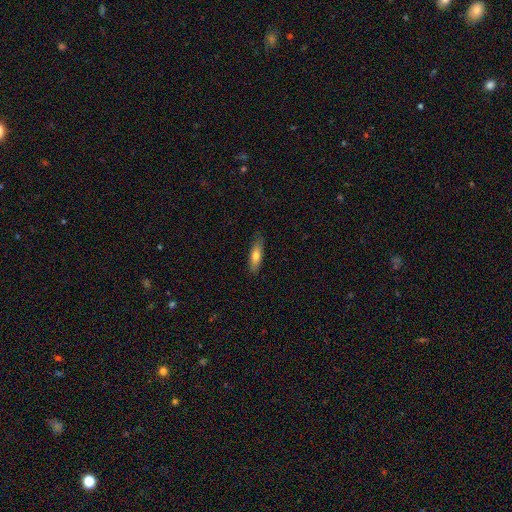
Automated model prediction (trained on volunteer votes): This is likely a smooth galaxy (71%). How rounded: possibly cigar-shaped (56%). Merging: clearly none (83%).